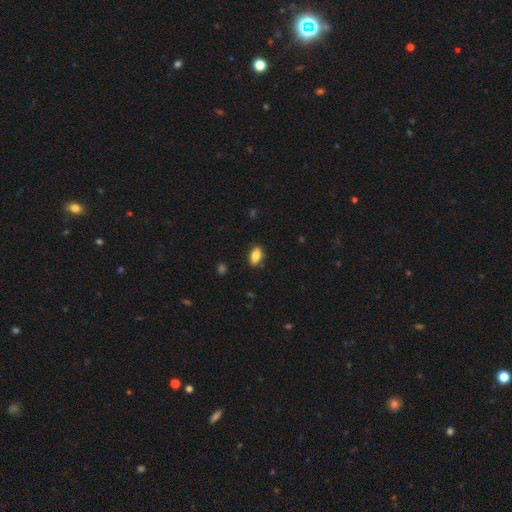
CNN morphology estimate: type=smooth (83%); roundness=in between (89%); merging=none (83%).